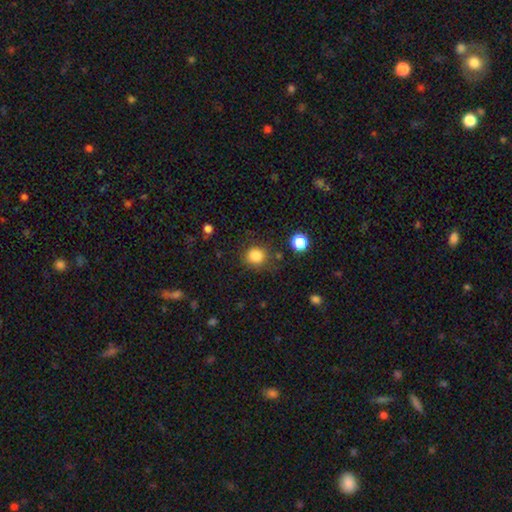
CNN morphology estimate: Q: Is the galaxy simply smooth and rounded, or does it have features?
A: smooth — 84%.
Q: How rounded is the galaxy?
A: round — 84%.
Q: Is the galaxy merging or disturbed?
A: none — 79%.